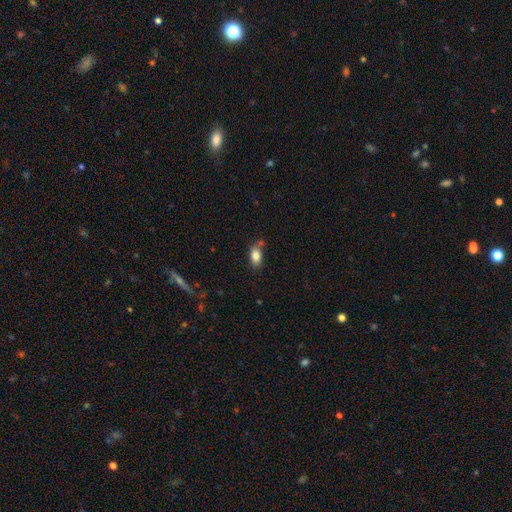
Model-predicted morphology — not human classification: A smooth galaxy with no disk features (82%) that is in between round and cigar-shaped (88%).

Vote fractions:
- Smooth or featured? smooth: 82% / featured or disk: 9% / star or artifact: 8%
- How rounded? in between: 88% / round: 7% / cigar-shaped: 5%
- Merging? none: 62% / minor disturbance: 21% / merger: 11% / major disturbance: 5%